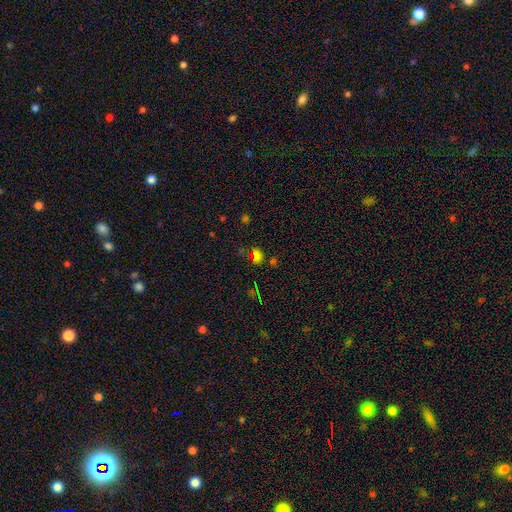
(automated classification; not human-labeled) Smooth or featured? smooth (60%)
How rounded? in between (65%)
Merging? none (68%)